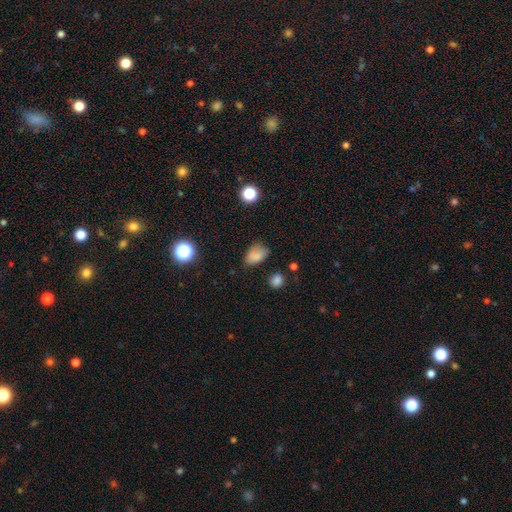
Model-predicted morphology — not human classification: A smooth galaxy with no disk features (82%) that is in between round and cigar-shaped (82%).

Vote fractions:
- Smooth or featured? smooth: 82% / star or artifact: 12% / featured or disk: 6%
- How rounded? in between: 82% / round: 16% / cigar-shaped: 1%
- Merging? none: 67% / minor disturbance: 25% / major disturbance: 6% / merger: 2%